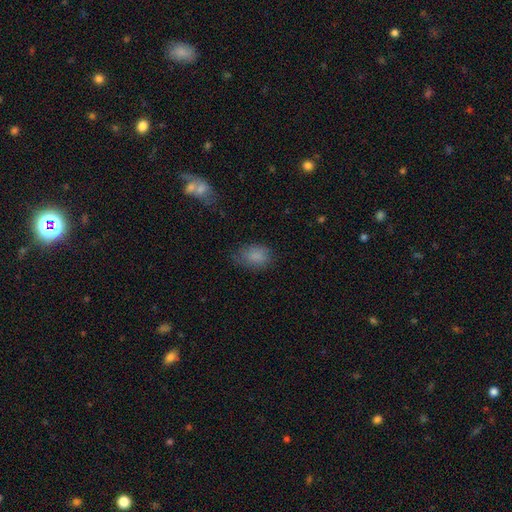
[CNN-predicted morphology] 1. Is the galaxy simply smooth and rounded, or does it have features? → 84% smooth, 9% star or artifact, 7% featured or disk.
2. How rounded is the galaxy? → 81% in between, 18% round, 1% cigar-shaped.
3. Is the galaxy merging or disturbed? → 69% none, 23% minor disturbance, 7% major disturbance, 1% merger.